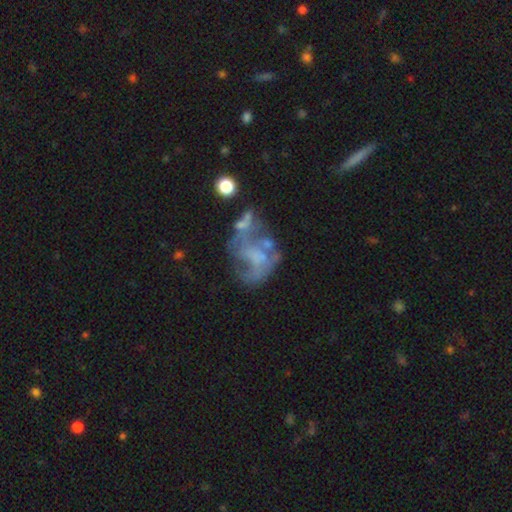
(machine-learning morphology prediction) featured or disk 67%, smooth 19%, star or artifact 13%. Down the decision tree: edge-on disk — no (97%); bar — no (75%); spiral arms — no (57%); bulge size — none (54%); merging — none (37%).